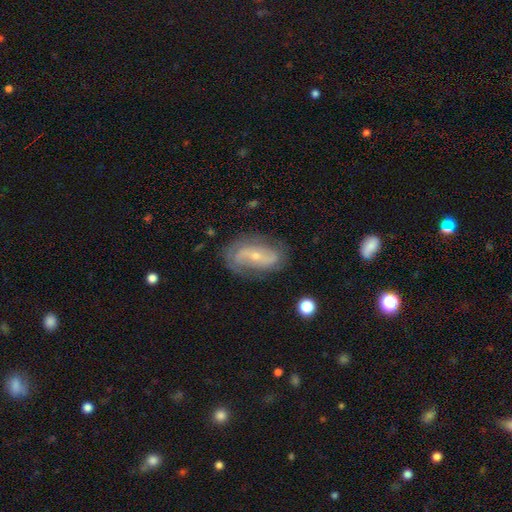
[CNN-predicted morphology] Smooth or featured? Predicted: featured or disk (p=0.77). Edge-on disk? Predicted: no (p=0.94). Bar? Predicted: no (p=0.43). Spiral arms? Predicted: yes (p=0.88). Spiral winding? Predicted: medium (p=0.40). Spiral arm count? Predicted: 2 (p=0.71). Bulge size? Predicted: small (p=0.70). Merging? Predicted: none (p=0.72).